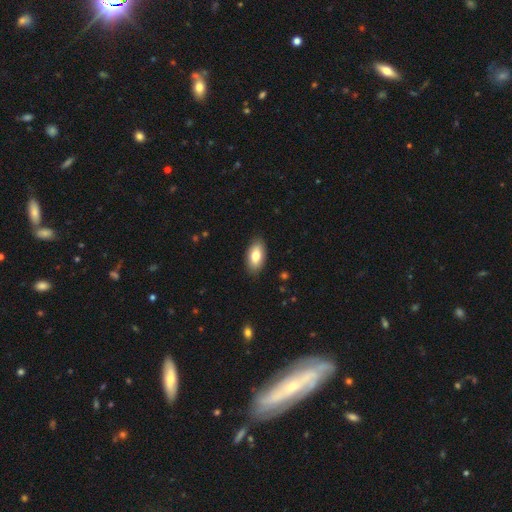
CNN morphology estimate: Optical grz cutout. It shows a smooth galaxy with no disk features (78%) that is in between round and cigar-shaped (92%). Merging: none (88%).